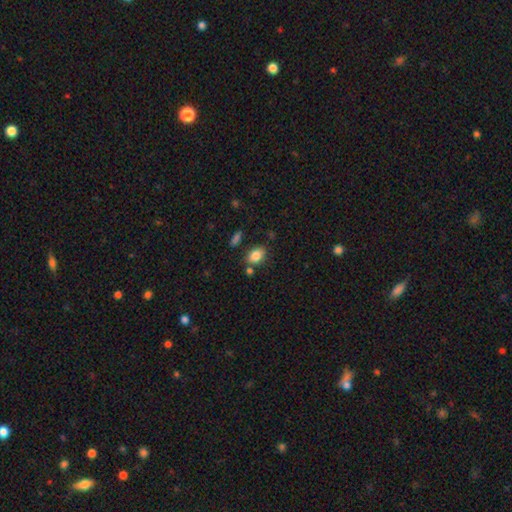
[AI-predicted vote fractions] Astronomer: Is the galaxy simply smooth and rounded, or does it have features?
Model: smooth — 85%.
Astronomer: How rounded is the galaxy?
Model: in between — 81%.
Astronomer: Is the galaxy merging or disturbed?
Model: none — 75%.